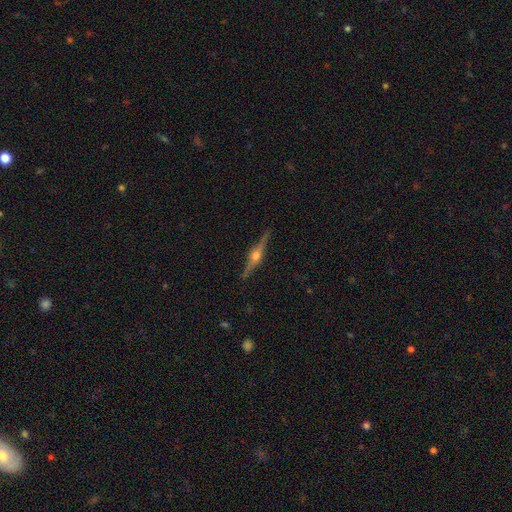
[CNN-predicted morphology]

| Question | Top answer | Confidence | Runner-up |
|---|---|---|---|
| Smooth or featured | featured or disk | 86% | smooth (8%) |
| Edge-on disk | yes | 98% | no (2%) |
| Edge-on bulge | rounded | 94% | boxy (4%) |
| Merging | none | 91% | minor disturbance (7%) |